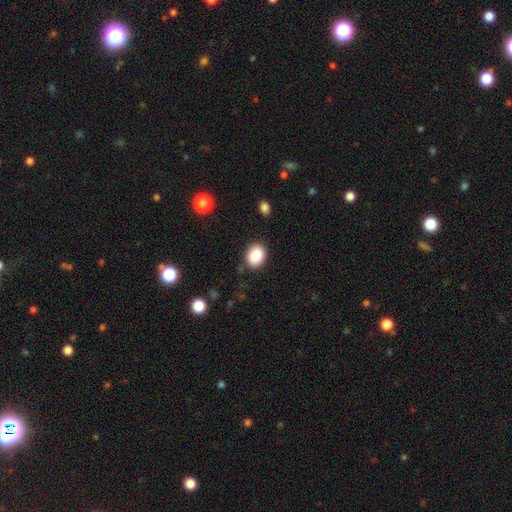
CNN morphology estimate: Smooth or featured?
  - smooth: 88% *
  - star or artifact: 8%
  - featured or disk: 4%
How rounded?
  - in between: 63% *
  - round: 36%
  - cigar-shaped: 1%
Merging?
  - none: 85% *
  - minor disturbance: 11%
  - major disturbance: 3%
  - merger: 2%